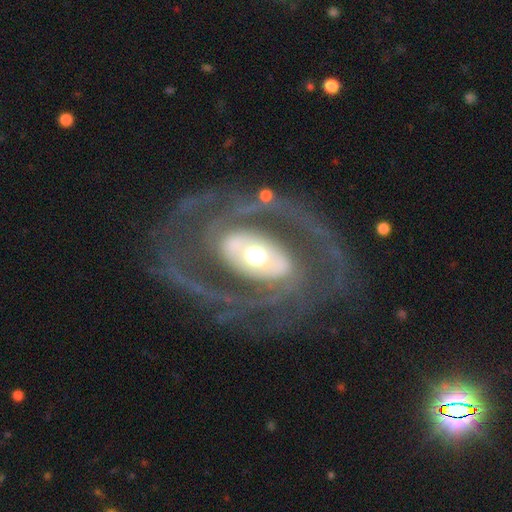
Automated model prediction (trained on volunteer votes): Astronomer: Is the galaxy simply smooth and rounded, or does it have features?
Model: featured or disk — 89%.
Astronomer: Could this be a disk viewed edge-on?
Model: no — 96%.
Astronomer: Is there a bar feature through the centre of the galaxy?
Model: no — 50% (runner-up: strong, 27%).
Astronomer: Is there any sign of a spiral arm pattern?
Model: yes — 92%.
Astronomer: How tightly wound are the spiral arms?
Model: medium — 43% (runner-up: tight, 38%).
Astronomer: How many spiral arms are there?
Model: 2 — 64%.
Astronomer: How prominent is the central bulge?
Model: moderate — 58%.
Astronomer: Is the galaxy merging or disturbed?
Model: none — 68%.